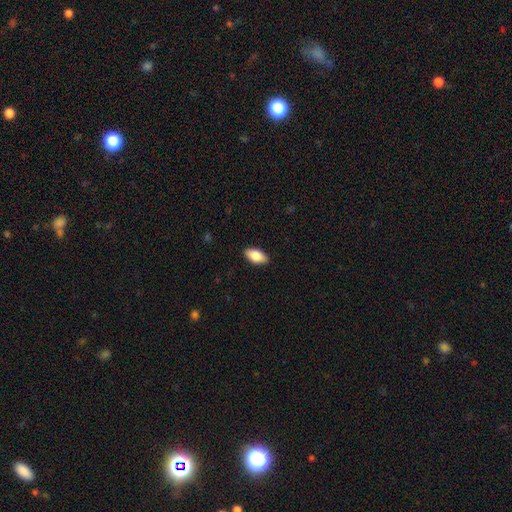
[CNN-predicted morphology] This appears to be a smooth galaxy with no disk features (80%) that is in between round and cigar-shaped (90%). Merging: none (90%).